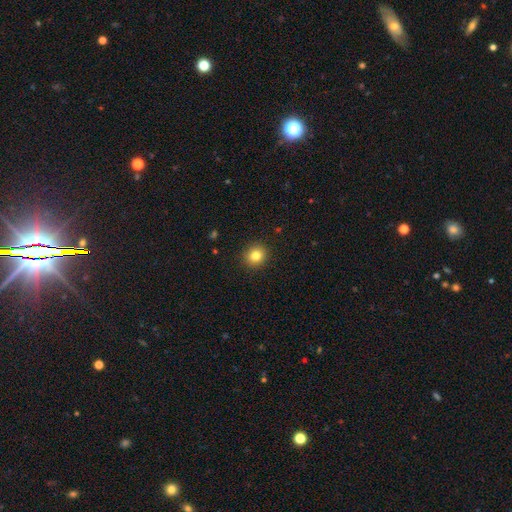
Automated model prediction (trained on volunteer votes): This is clearly a smooth galaxy (82%). How rounded: clearly round (85%). Merging: clearly none (92%).